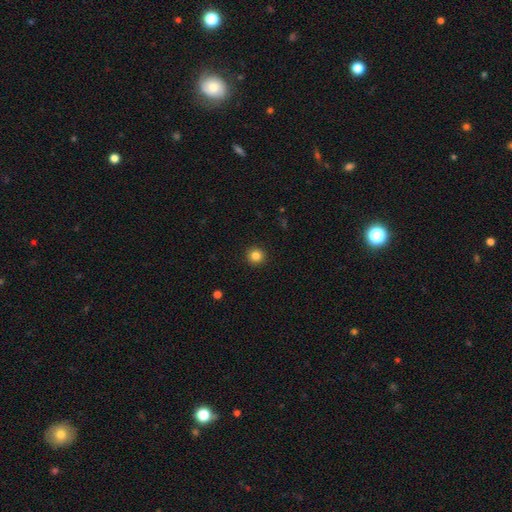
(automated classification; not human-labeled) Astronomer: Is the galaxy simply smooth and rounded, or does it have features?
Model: smooth — 84%.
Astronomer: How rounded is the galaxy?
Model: round — 95%.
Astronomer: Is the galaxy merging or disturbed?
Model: none — 93%.